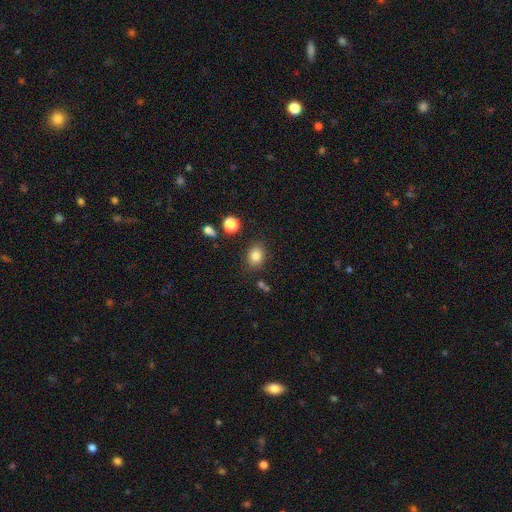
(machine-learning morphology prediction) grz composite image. It shows a smooth galaxy with no disk features (82%) that is in between round and cigar-shaped (60%). Merging: none (82%).